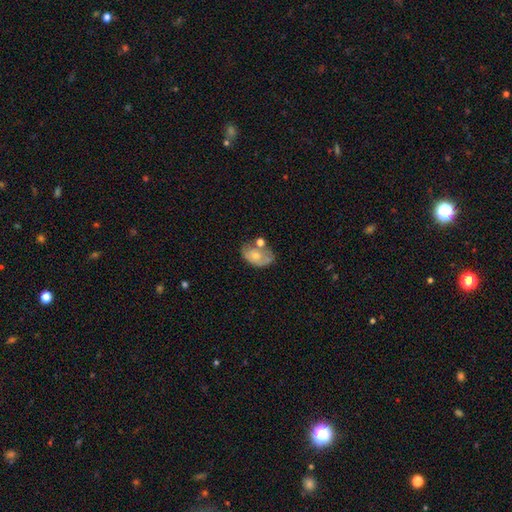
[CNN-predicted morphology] Smooth or featured? smooth (54%)
How rounded? in between (83%)
Merging? none (36%)